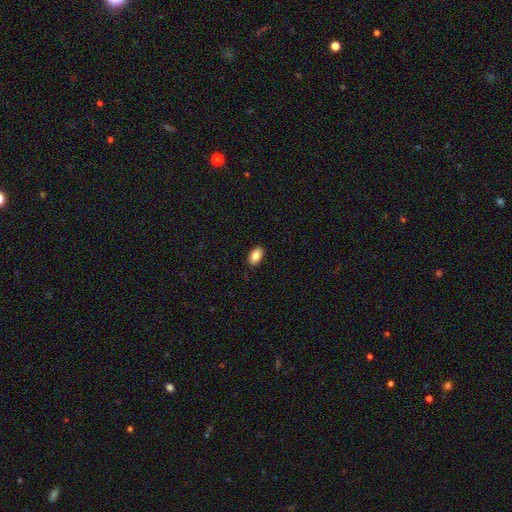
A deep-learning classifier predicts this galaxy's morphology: Smooth or featured?
  - smooth: 87% *
  - star or artifact: 8%
  - featured or disk: 6%
How rounded?
  - in between: 91% *
  - round: 8%
  - cigar-shaped: 1%
Merging?
  - none: 89% *
  - minor disturbance: 8%
  - major disturbance: 2%
  - merger: 1%